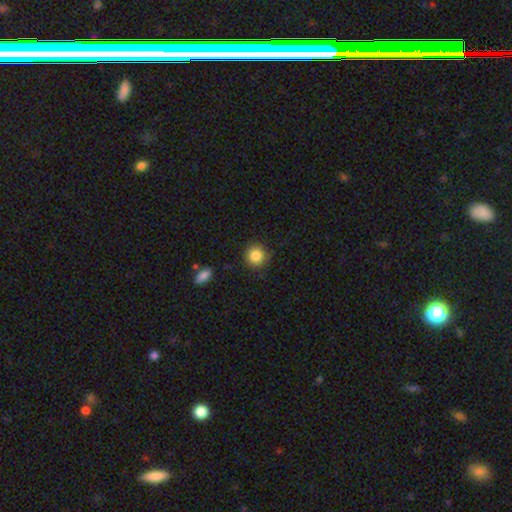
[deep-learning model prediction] smooth-or-featured: smooth: 85% | star or artifact: 10% | featured or disk: 5%
  how-rounded: round: 93% | in between: 6% | cigar-shaped: 1%
  merging: none: 87% | minor disturbance: 9% | major disturbance: 2% | merger: 2%